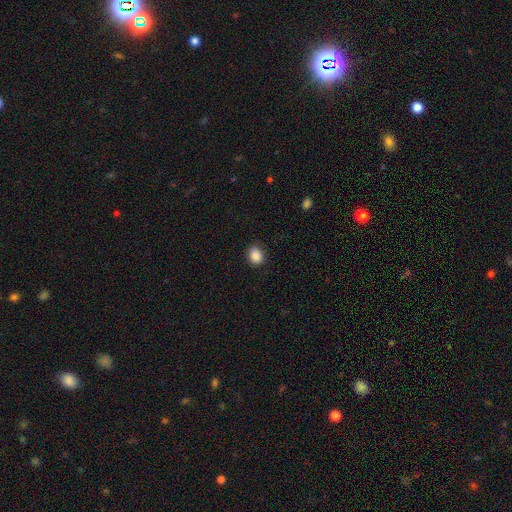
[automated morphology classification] smooth-or-featured: smooth: 88% | star or artifact: 9% | featured or disk: 3%
  how-rounded: round: 51% | in between: 48% | cigar-shaped: 1%
  merging: none: 80% | minor disturbance: 16% | major disturbance: 3% | merger: 1%